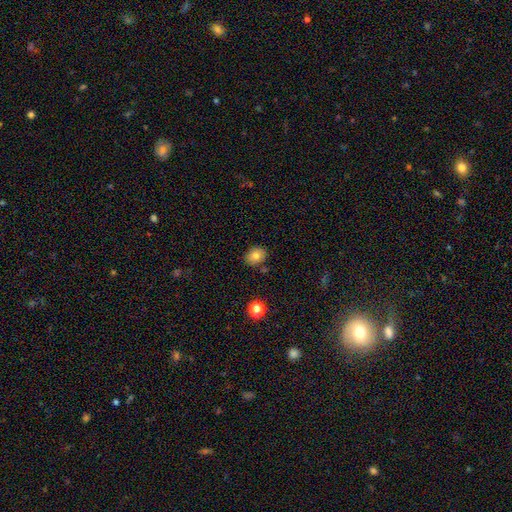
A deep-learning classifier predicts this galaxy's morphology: Smooth or featured? smooth (79%)
How rounded? round (51%)
Merging? none (81%)